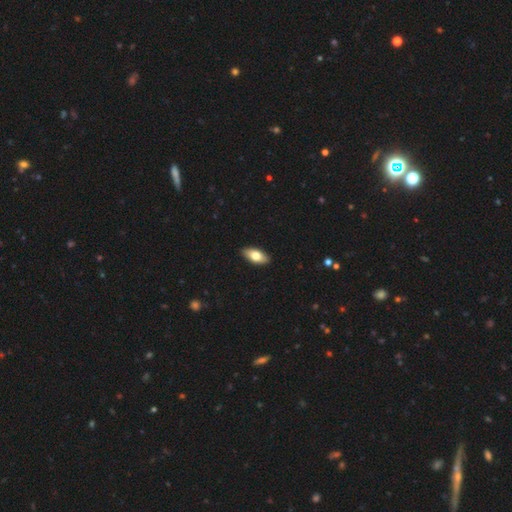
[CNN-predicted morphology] This is likely a smooth galaxy (73%). How rounded: clearly in between (87%). Merging: clearly none (90%).